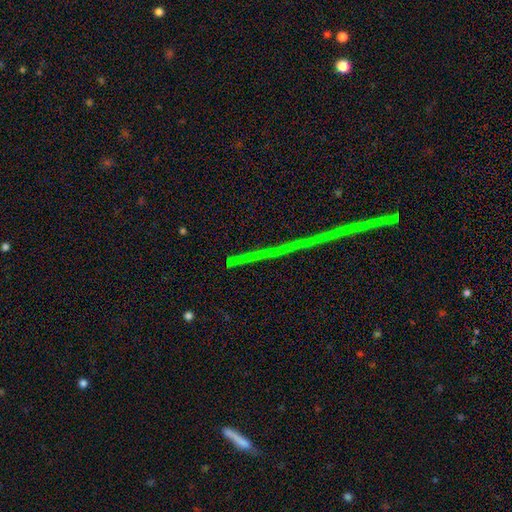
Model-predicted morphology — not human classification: A star or artifact, not a galaxy (79%).